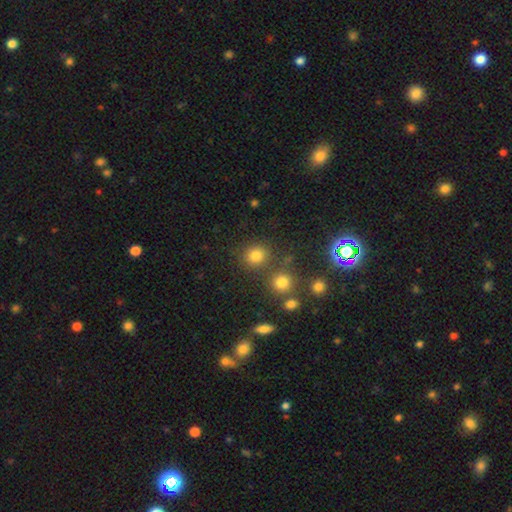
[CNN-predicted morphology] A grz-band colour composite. It shows a smooth galaxy with no disk features (78%) that is round (84%). Merging: none (75%).